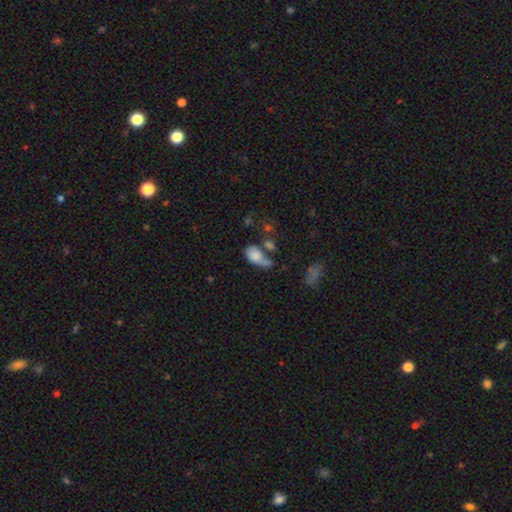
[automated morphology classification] A smooth galaxy with no disk features (77%) that is in between round and cigar-shaped (84%). Merging: merger (33%).